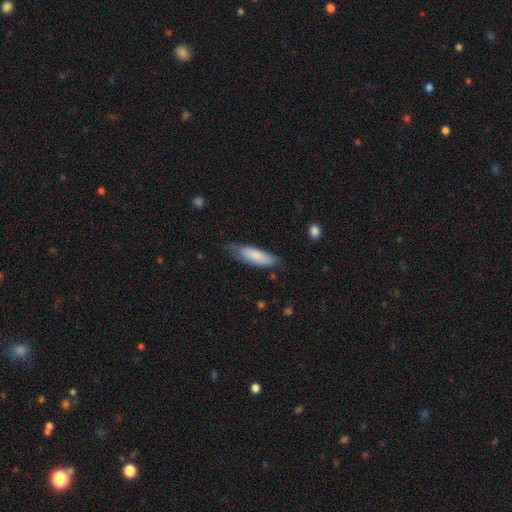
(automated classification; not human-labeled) Q: Smooth or featured?
A: smooth (81%); runner-up: featured or disk (13%)
Q: How rounded?
A: in between (49%); tied with: cigar-shaped (49%)
Q: Merging?
A: none (69%); runner-up: minor disturbance (24%)